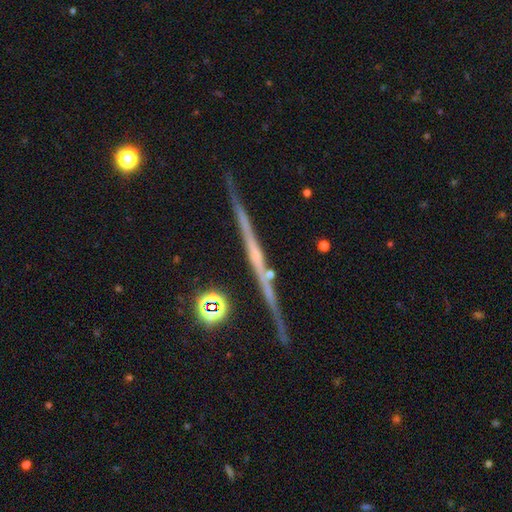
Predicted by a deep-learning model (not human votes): Morphology: type=featured or disk (74%); edge-on=yes (97%); edge-on bulge=none (66%); merging=none (85%).